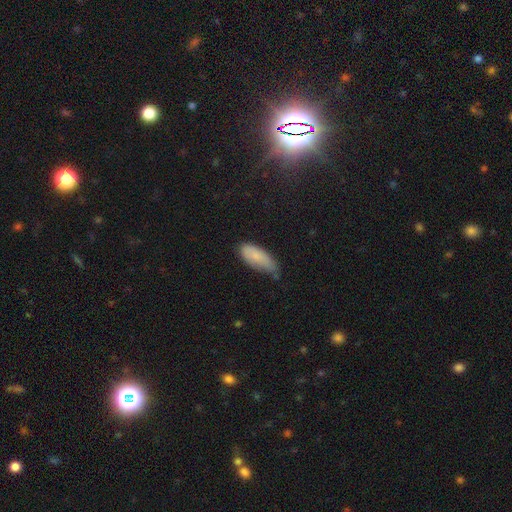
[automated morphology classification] This appears to be a smooth galaxy with no disk features (79%) that is in between round and cigar-shaped (78%). Merging: none (44%).